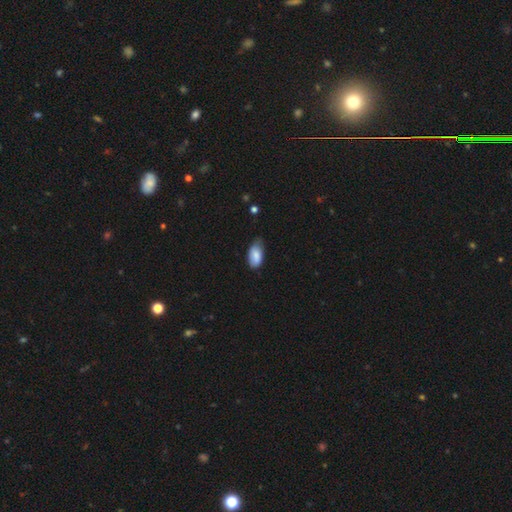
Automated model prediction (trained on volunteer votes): The model was most divided on "merging": none: 54%, minor disturbance: 38%, major disturbance: 6%, merger: 1%. More confident: how rounded — in between (94%); smooth or featured — smooth (82%).